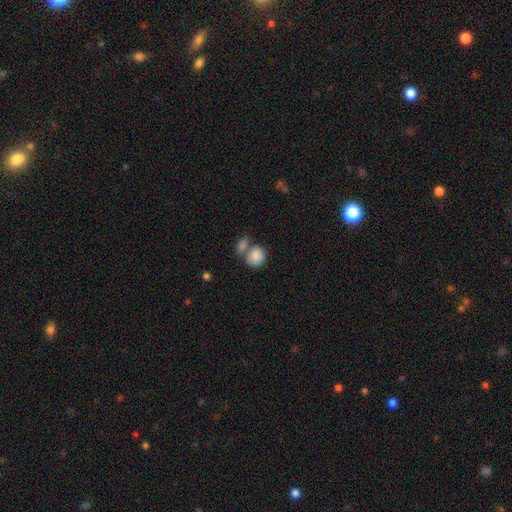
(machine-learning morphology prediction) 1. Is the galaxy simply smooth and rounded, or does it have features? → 85% smooth, 8% featured or disk, 7% star or artifact.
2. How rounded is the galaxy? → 71% round, 27% in between, 1% cigar-shaped.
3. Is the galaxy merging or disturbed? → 44% merger, 41% none, 11% minor disturbance, 5% major disturbance.